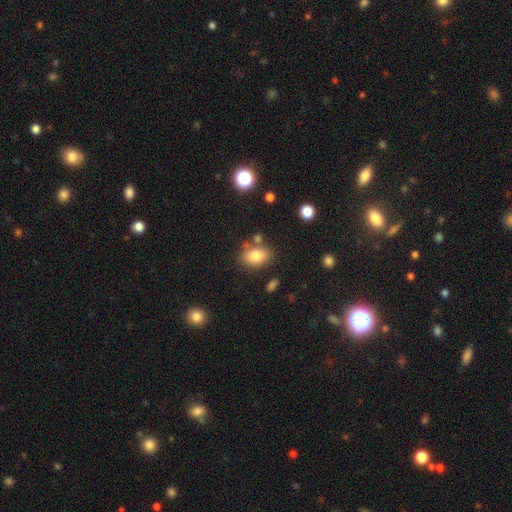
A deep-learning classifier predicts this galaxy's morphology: This appears to be a smooth galaxy with no disk features (79%) that is in between round and cigar-shaped (79%). Merging: none (71%).